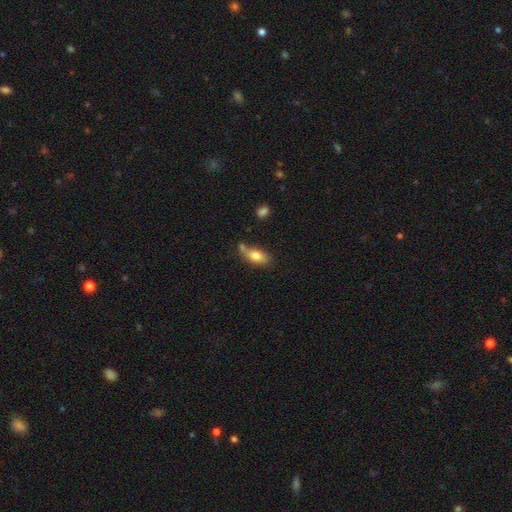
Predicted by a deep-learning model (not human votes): Smooth or featured: smooth — 78% (featured or disk — 14%)
How rounded: in between — 86% (cigar-shaped — 9%)
Merging: none — 49% (merger — 22%)